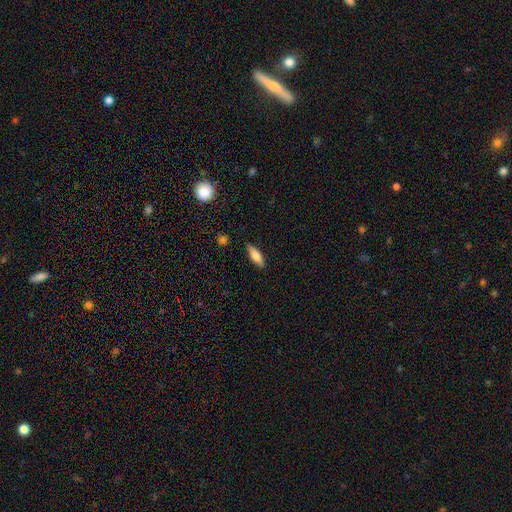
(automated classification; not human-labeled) Morphology: type=smooth (73%); roundness=in between (54%); merging=none (86%).